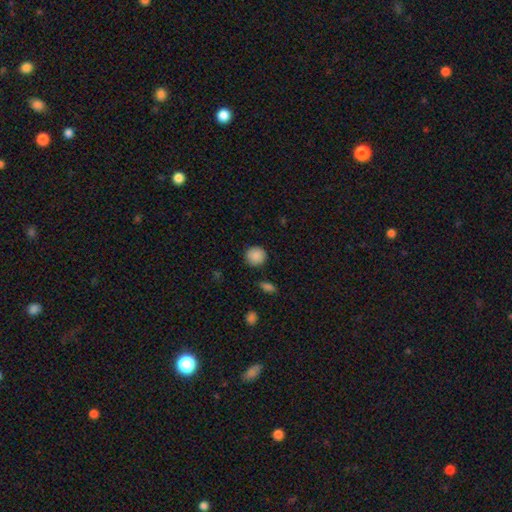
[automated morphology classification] smooth 89%, star or artifact 8%, featured or disk 3%. Down the decision tree: how rounded — round (91%); merging — none (89%).